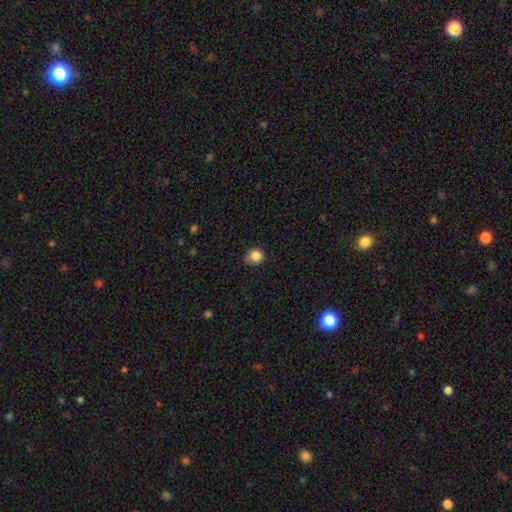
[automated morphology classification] Smooth or featured? smooth (85%)
How rounded? round (82%)
Merging? none (75%)